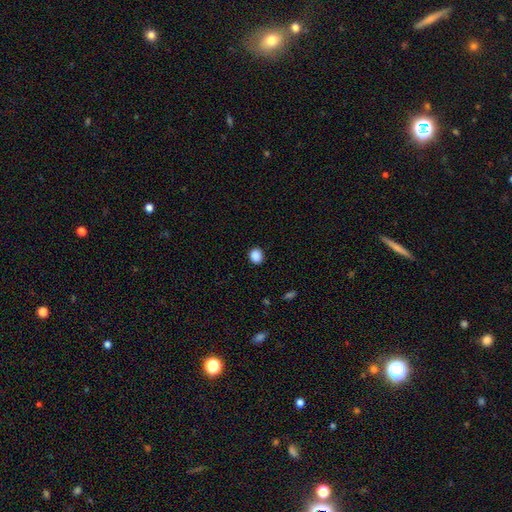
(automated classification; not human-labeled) smooth-or-featured: smooth: 88% | star or artifact: 9% | featured or disk: 3%
  how-rounded: round: 78% | in between: 21% | cigar-shaped: 1%
  merging: none: 90% | minor disturbance: 7% | major disturbance: 2% | merger: 1%